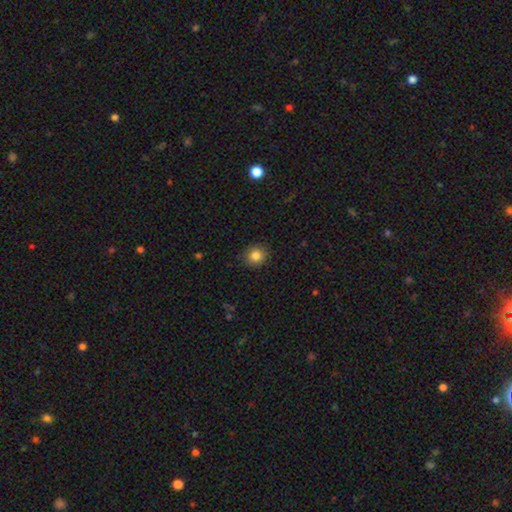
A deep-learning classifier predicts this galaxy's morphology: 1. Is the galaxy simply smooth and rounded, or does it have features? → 84% smooth, 11% star or artifact, 5% featured or disk.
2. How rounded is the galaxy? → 83% round, 16% in between, 1% cigar-shaped.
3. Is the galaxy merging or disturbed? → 87% none, 10% minor disturbance, 2% major disturbance, 1% merger.